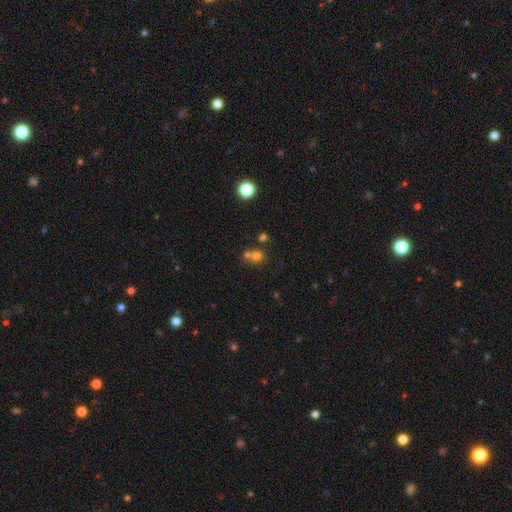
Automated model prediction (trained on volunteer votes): Q: Smooth or featured?
A: smooth (70%); runner-up: star or artifact (19%)
Q: How rounded?
A: round (80%); runner-up: in between (19%)
Q: Merging?
A: none (48%); runner-up: merger (41%)